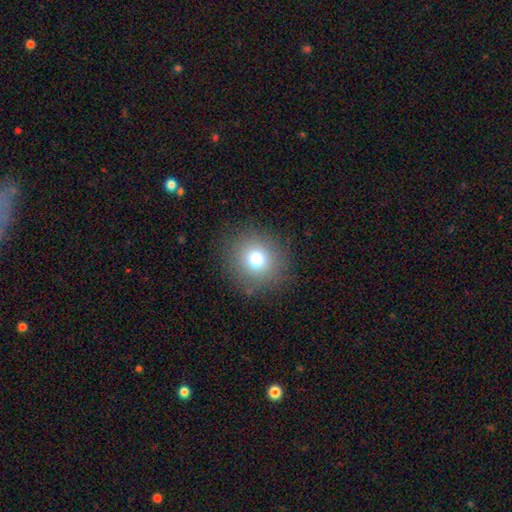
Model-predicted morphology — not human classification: type=smooth (76%); roundness=round (87%); merging=none (90%).